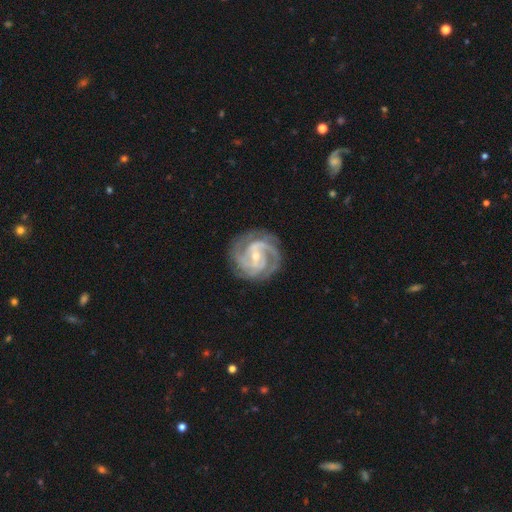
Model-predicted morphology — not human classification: Smooth or featured? featured or disk (92%)
Edge-on disk? no (98%)
Bar? weak (46%)
Spiral arms? yes (98%)
Spiral winding? tight (63%)
Spiral arm count? 3 (43%)
Bulge size? small (59%)
Merging? none (81%)